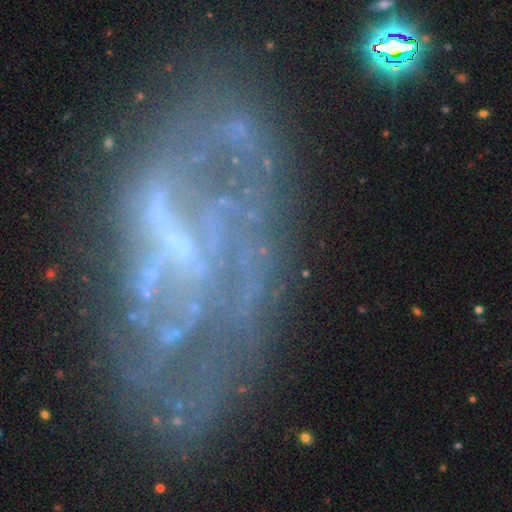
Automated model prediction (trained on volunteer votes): This is likely a featured or disk galaxy (76%). It is clearly not viewed edge-on (94%). Bar: marginally no (45%). Spiral arm pattern: possibly yes (52%). Central bulge: possibly none (56%). Merging: marginally none (45%).